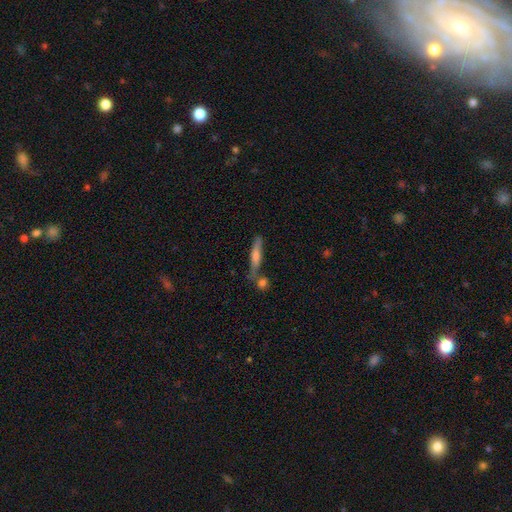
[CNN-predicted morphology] Overall: smooth (49%; featured or disk 44%). Merging: none (65%).